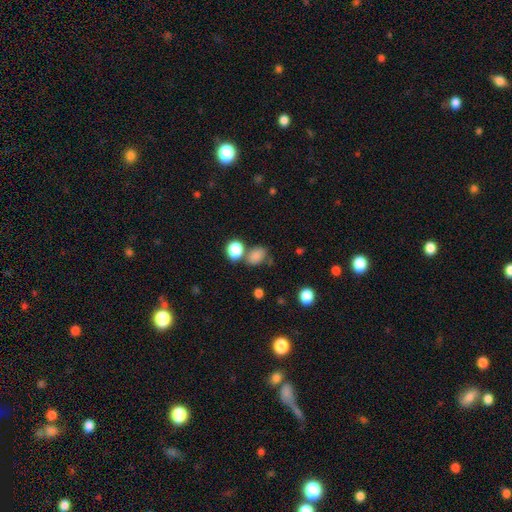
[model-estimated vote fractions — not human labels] Q: Smooth or featured?
A: smooth (82%); runner-up: star or artifact (12%)
Q: How rounded?
A: in between (66%); runner-up: round (32%)
Q: Merging?
A: none (59%); runner-up: merger (20%)